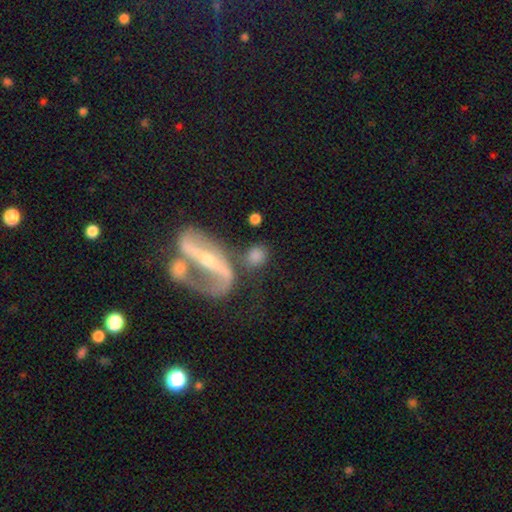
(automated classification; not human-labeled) A smooth galaxy with no disk features (62%) that is round (64%).

Vote fractions:
- Smooth or featured? smooth: 62% / featured or disk: 28% / star or artifact: 10%
- How rounded? round: 64% / in between: 30% / cigar-shaped: 6%
- Merging? none: 53% / merger: 22% / minor disturbance: 15% / major disturbance: 11%